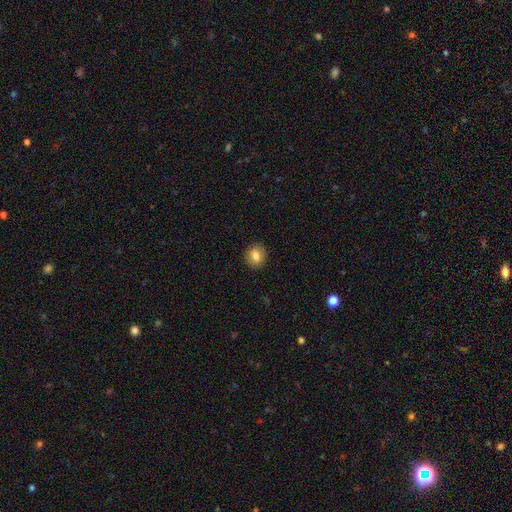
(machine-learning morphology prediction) This appears to be a smooth galaxy with no disk features (78%) that is round (74%). Merging: none (91%).